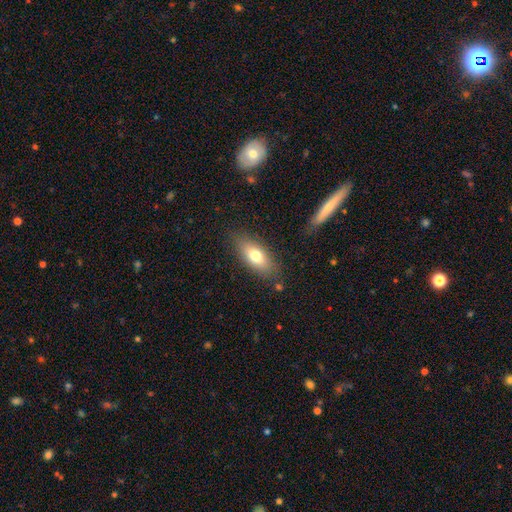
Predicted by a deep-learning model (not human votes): Morphology: type=smooth (73%); roundness=in between (80%); merging=none (81%).